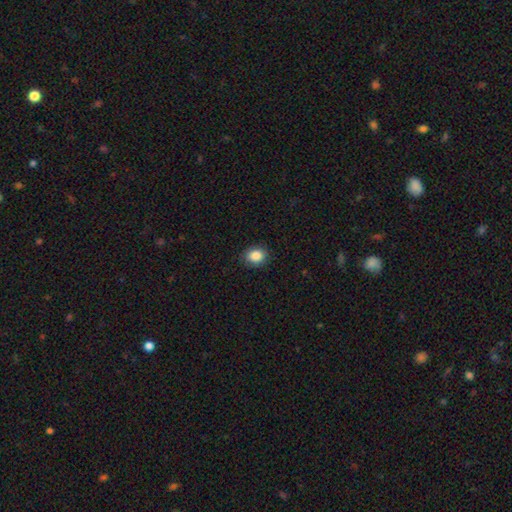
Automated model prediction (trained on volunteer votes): smooth_or_featured: smooth (p=0.87) [alt: star or artifact p=0.09]
how_rounded: in between (p=0.50) [alt: round p=0.49]
merging: none (p=0.87) [alt: minor disturbance p=0.10]